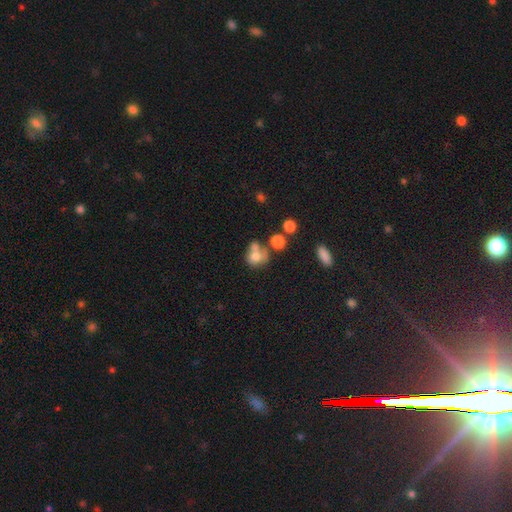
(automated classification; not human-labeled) Smooth or featured: smooth — 66% (featured or disk — 22%)
How rounded: round — 62% (in between — 37%)
Merging: merger — 44% (none — 30%)